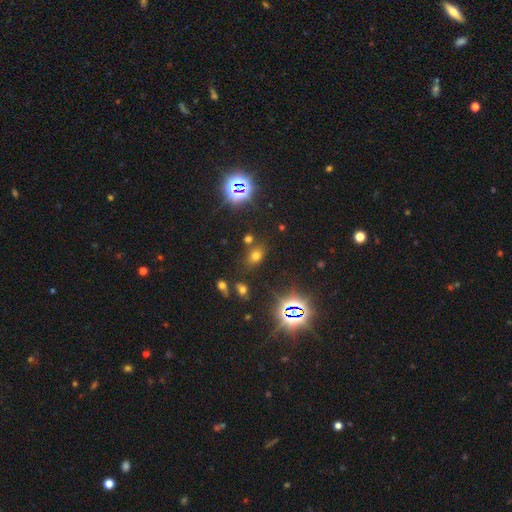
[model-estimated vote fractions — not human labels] A smooth galaxy with no disk features (55%) that is in between round and cigar-shaped (70%).

Vote fractions:
- Smooth or featured? smooth: 55% / star or artifact: 36% / featured or disk: 9%
- How rounded? in between: 70% / round: 27% / cigar-shaped: 2%
- Merging? none: 75% / minor disturbance: 11% / merger: 9% / major disturbance: 4%